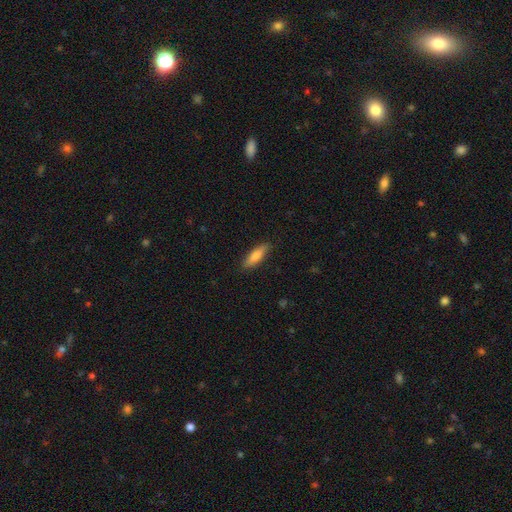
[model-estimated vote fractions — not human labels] The model was most divided on "how rounded": cigar-shaped: 62%, in between: 37%, round: 2%. More confident: merging — none (86%); smooth or featured — smooth (77%).